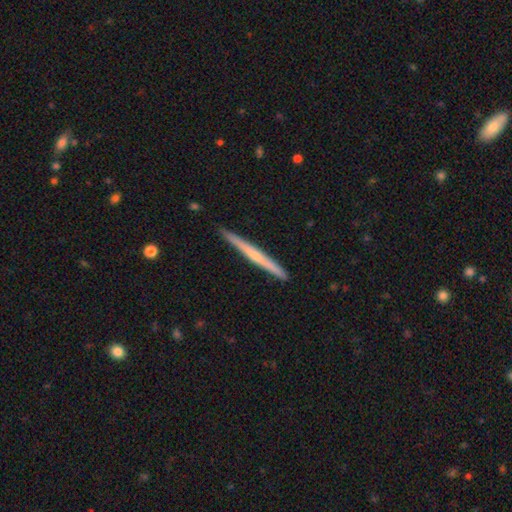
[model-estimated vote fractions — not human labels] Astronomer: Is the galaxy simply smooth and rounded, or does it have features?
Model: featured or disk — 57% (runner-up: smooth, 38%).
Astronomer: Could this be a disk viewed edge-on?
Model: yes — 98%.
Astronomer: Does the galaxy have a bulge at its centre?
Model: none — 59% (runner-up: rounded, 36%).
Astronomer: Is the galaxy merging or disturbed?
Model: none — 91%.